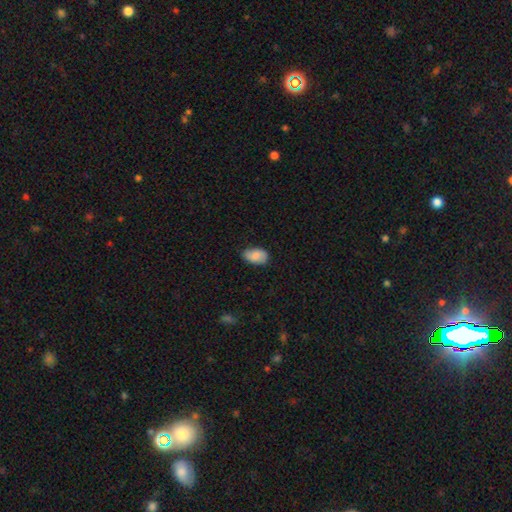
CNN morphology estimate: This is clearly a smooth galaxy (82%). How rounded: clearly in between (91%). Merging: likely none (72%).